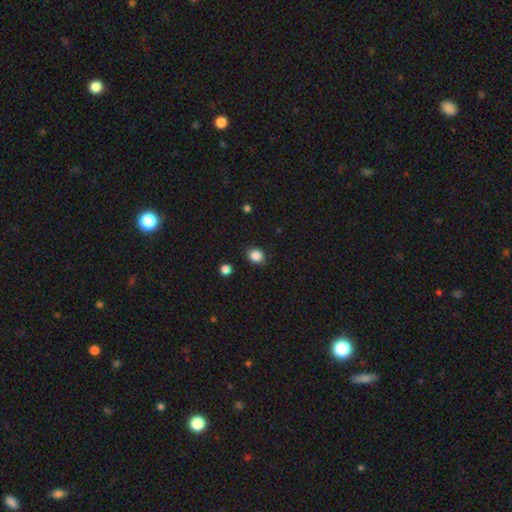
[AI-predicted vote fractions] Smooth or featured? smooth (86%)
How rounded? round (74%)
Merging? none (88%)